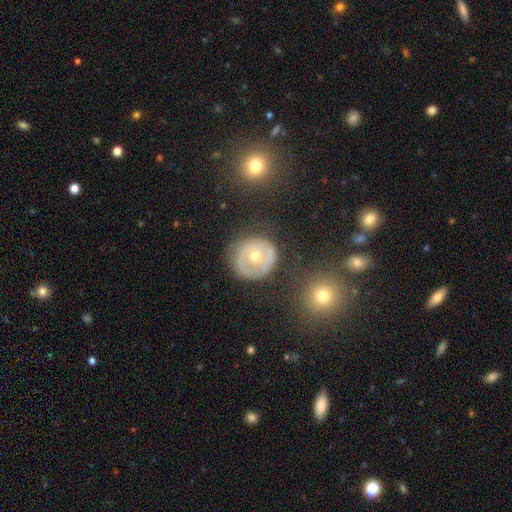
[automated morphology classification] This appears to be a featured or disk galaxy (59%) with no bar (78%), spiral arms (52%) and a moderate central bulge (49%). Merging: none (72%).